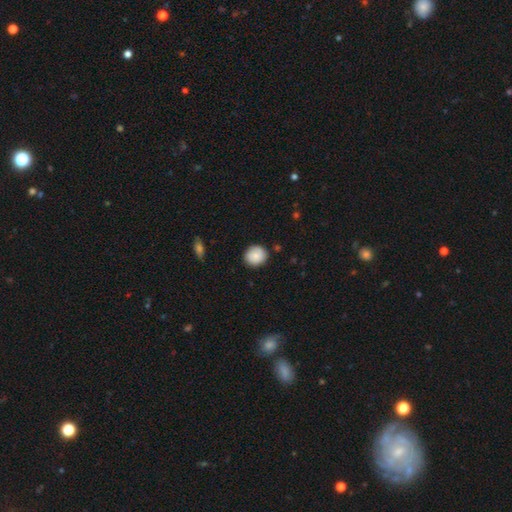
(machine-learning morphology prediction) smooth-or-featured: smooth: 81% | featured or disk: 12% | star or artifact: 7%
  how-rounded: round: 87% | in between: 12% | cigar-shaped: 1%
  merging: none: 83% | minor disturbance: 13% | major disturbance: 2% | merger: 1%